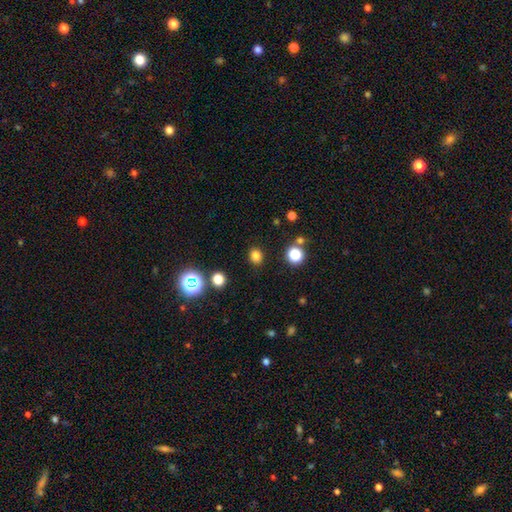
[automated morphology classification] A smooth galaxy with no disk features (80%) that is round (71%).

Vote fractions:
- Smooth or featured? smooth: 80% / star or artifact: 16% / featured or disk: 4%
- How rounded? round: 71% / in between: 28% / cigar-shaped: 1%
- Merging? none: 88% / minor disturbance: 7% / major disturbance: 3% / merger: 2%